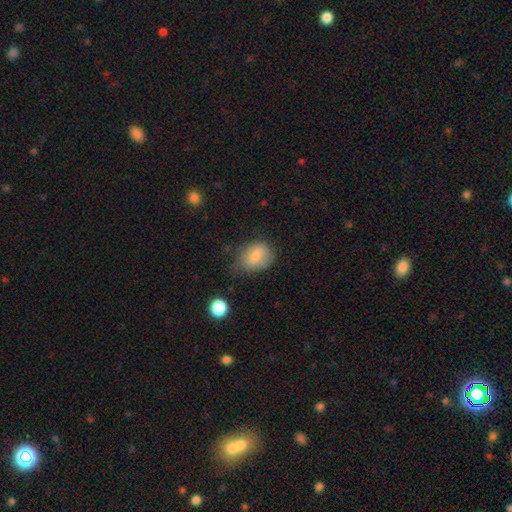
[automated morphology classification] Smooth or featured?
  - smooth: 74% *
  - featured or disk: 17%
  - star or artifact: 8%
How rounded?
  - in between: 57% *
  - round: 42%
  - cigar-shaped: 1%
Merging?
  - none: 53% *
  - minor disturbance: 33%
  - major disturbance: 12%
  - merger: 3%